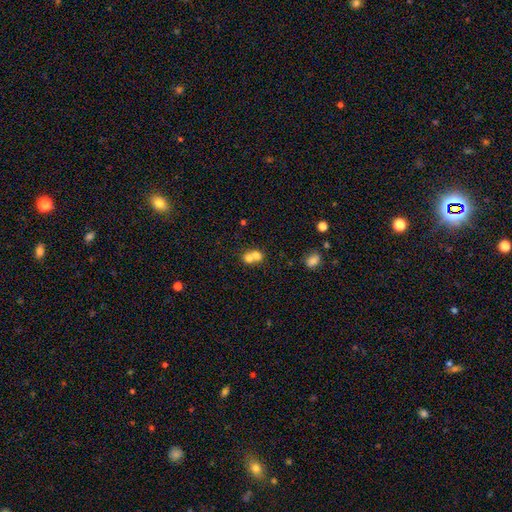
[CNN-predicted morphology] This is likely a smooth galaxy (70%). How rounded: likely round (62%). Merging: likely merger (70%).